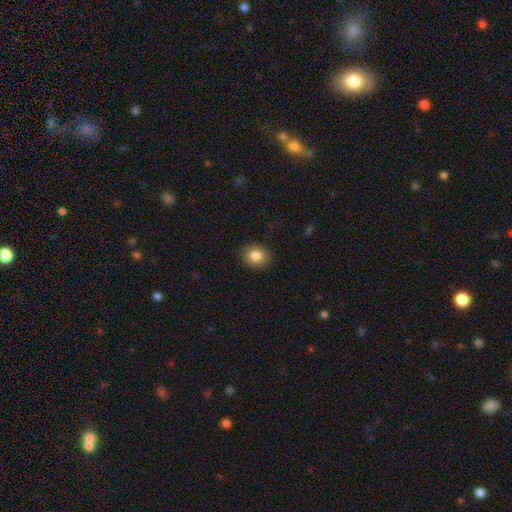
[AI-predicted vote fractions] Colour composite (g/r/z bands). It shows a smooth galaxy with no disk features (84%) that is round (61%). Merging: none (90%).